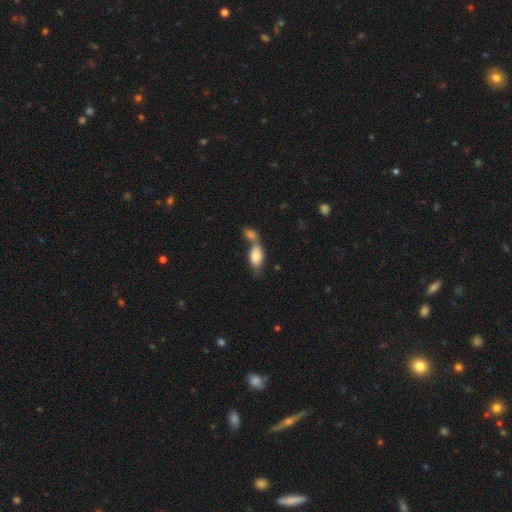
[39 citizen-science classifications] Overall: smooth (87%). How rounded: in between (91%). Merging: merger (59%; none 28%).